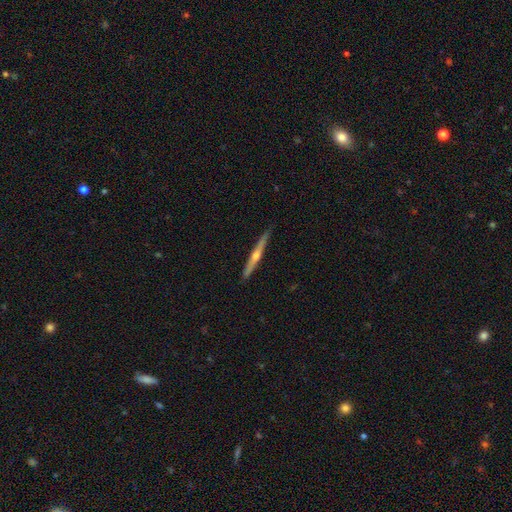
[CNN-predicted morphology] Smooth or featured?
  - featured or disk: 75% *
  - smooth: 19%
  - star or artifact: 5%
Edge-on disk?
  - yes: 98% *
  - no: 2%
Edge-on bulge?
  - rounded: 88% *
  - none: 9%
  - boxy: 3%
Merging?
  - none: 91% *
  - minor disturbance: 7%
  - major disturbance: 1%
  - merger: 1%